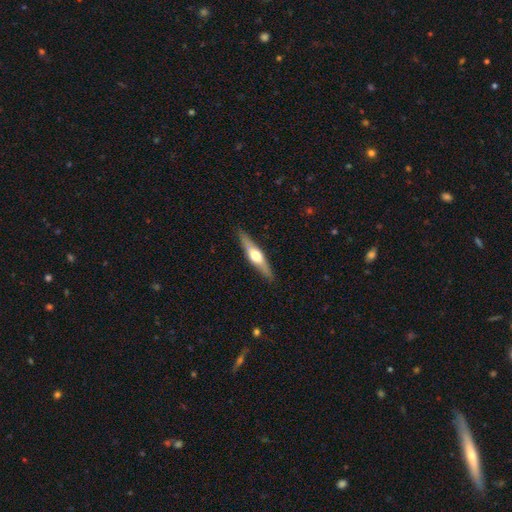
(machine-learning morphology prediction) A featured or disk galaxy (63%) viewed edge-on (95%) with a rounded central bulge (94%).

Vote fractions:
- Smooth or featured? featured or disk: 63% / smooth: 32% / star or artifact: 5%
- Edge-on disk? yes: 95% / no: 5%
- Edge-on bulge? rounded: 94% / boxy: 4% / none: 3%
- Merging? none: 89% / minor disturbance: 8% / major disturbance: 2% / merger: 1%